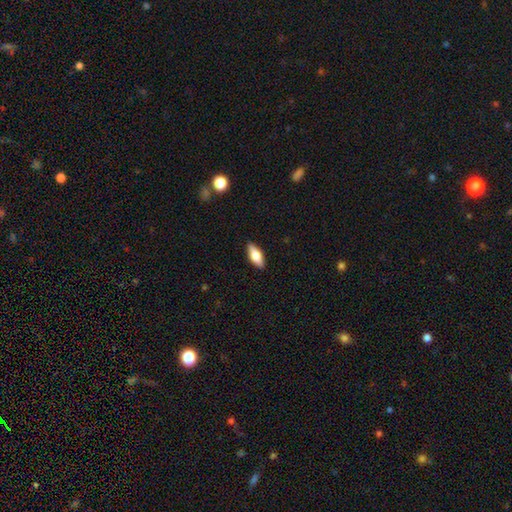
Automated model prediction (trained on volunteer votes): smooth 64%, featured or disk 29%, star or artifact 6%. Down the decision tree: how rounded — in between (72%); merging — none (88%).